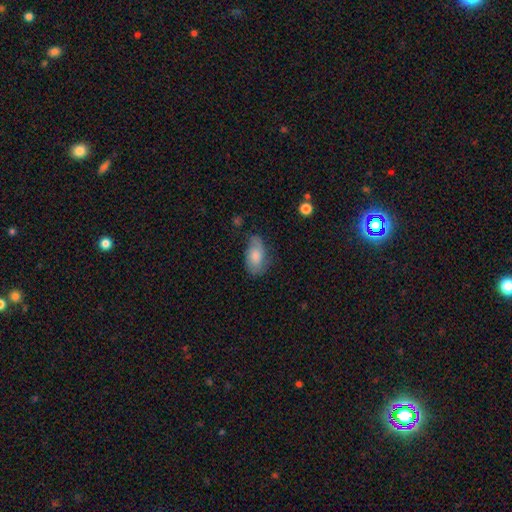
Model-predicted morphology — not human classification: Smooth or featured? Predicted: smooth (p=0.66). How rounded? Predicted: in between (p=0.93). Merging? Predicted: none (p=0.54).